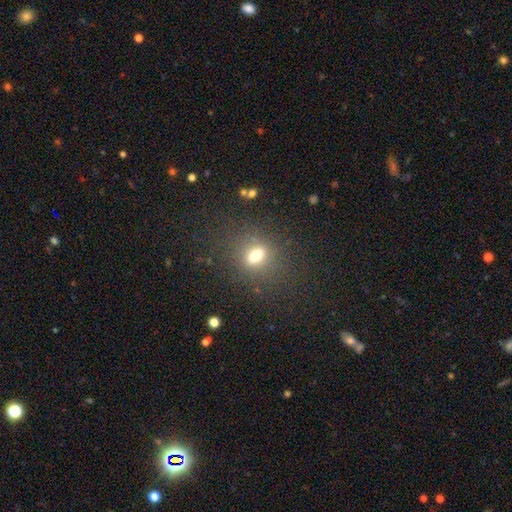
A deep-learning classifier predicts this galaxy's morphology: Smooth or featured: smooth — 66% (star or artifact — 17%)
How rounded: in between — 61% (round — 33%)
Merging: none — 80% (minor disturbance — 10%)